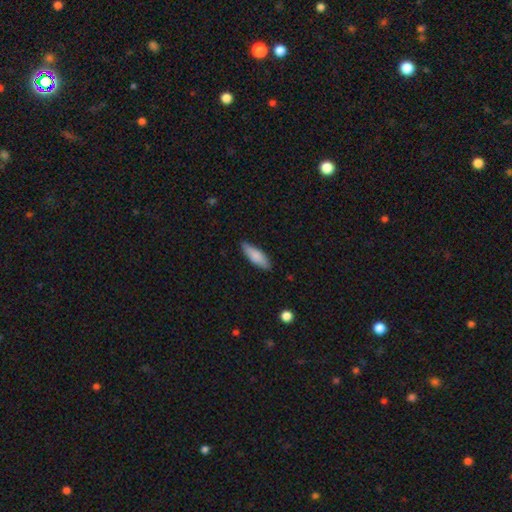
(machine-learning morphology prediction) Smooth or featured: smooth — 83% (featured or disk — 11%)
How rounded: in between — 56% (cigar-shaped — 43%)
Merging: none — 84% (minor disturbance — 13%)